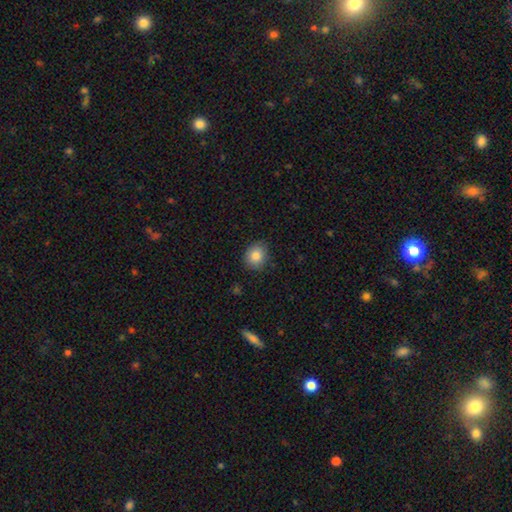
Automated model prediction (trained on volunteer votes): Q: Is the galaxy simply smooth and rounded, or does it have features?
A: smooth — 84%.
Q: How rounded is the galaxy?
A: round — 75%.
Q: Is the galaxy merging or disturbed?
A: none — 82%.